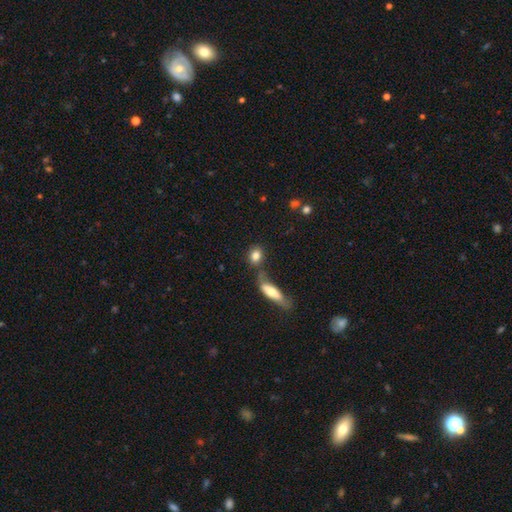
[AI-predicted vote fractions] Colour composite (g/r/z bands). It shows a smooth galaxy with no disk features (82%) that is in between round and cigar-shaped (51%). Merging: none (60%).